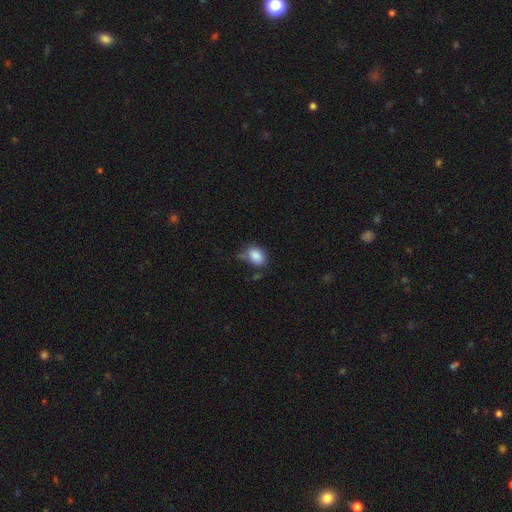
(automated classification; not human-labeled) A smooth galaxy with no disk features (86%) that is in between round and cigar-shaped (74%). Merging: none (57%).